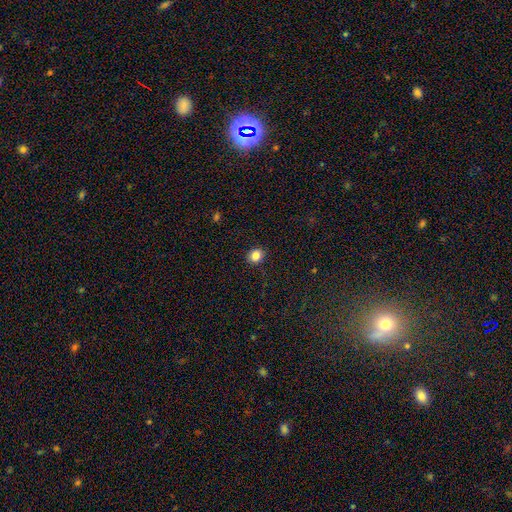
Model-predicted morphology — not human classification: This appears to be a smooth galaxy with no disk features (84%) that is round (70%). Merging: none (91%).